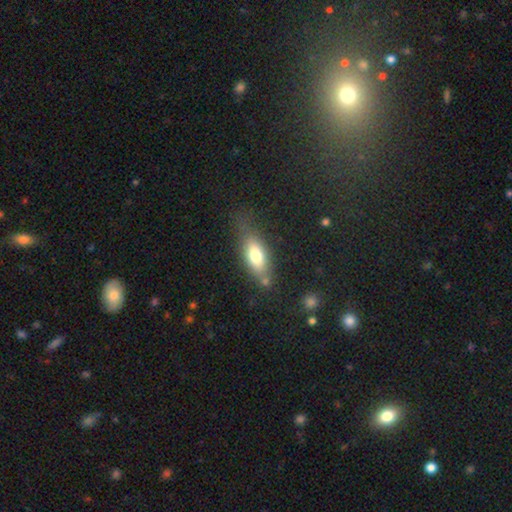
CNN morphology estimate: Q: Smooth or featured?
A: smooth (70%); runner-up: featured or disk (22%)
Q: How rounded?
A: in between (75%); runner-up: cigar-shaped (21%)
Q: Merging?
A: none (62%); runner-up: minor disturbance (23%)